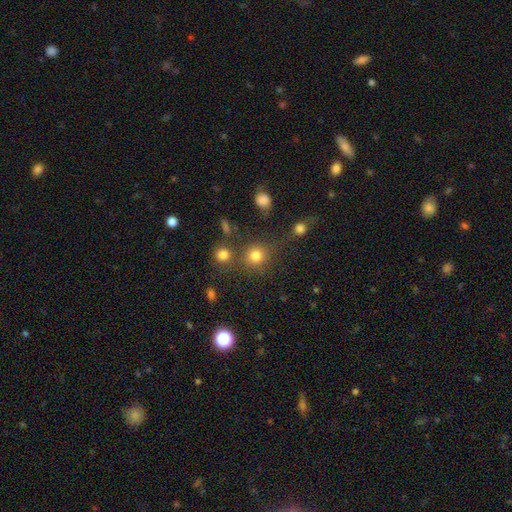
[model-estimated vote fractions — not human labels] smooth_or_featured: smooth (p=0.79) [alt: star or artifact p=0.15]
how_rounded: round (p=0.89) [alt: in between p=0.10]
merging: none (p=0.66) [alt: merger p=0.16]